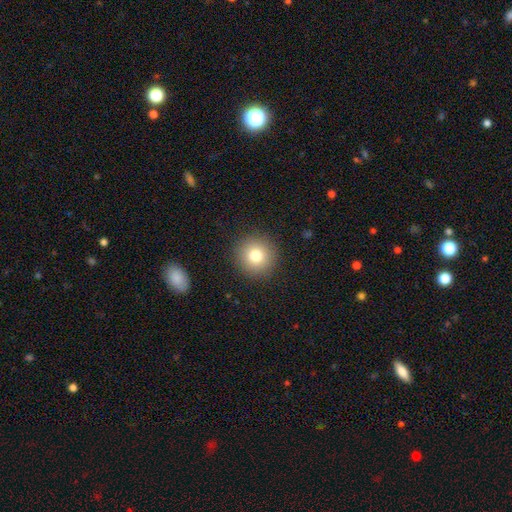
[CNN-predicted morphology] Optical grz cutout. It shows a smooth galaxy with no disk features (78%) that is round (95%). Merging: none (91%).